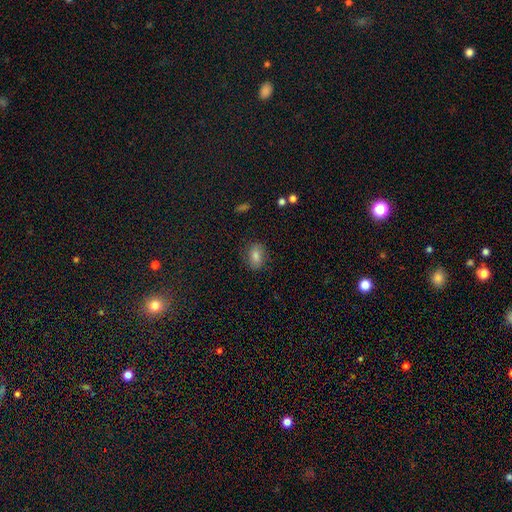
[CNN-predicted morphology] The model was most divided on "smooth or featured": smooth: 73%, star or artifact: 14%, featured or disk: 13%. More confident: merging — none (83%); how rounded — in between (79%).